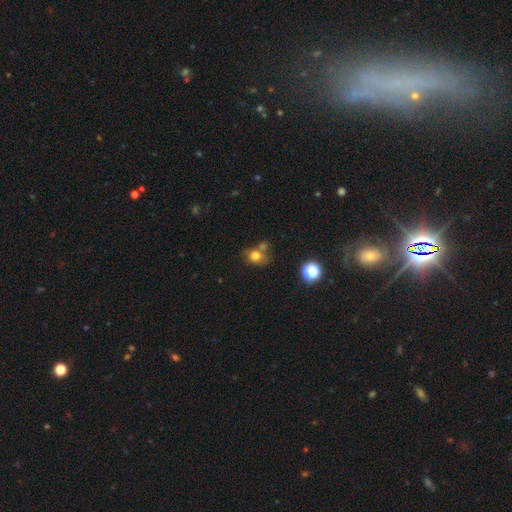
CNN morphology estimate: type=smooth (75%); roundness=round (67%); merging=none (50%).